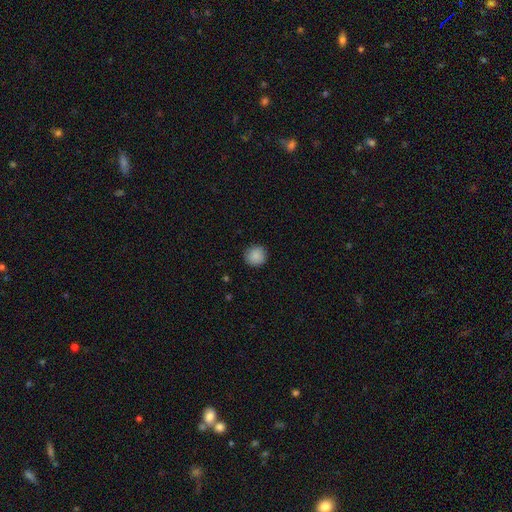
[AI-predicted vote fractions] A smooth galaxy with no disk features (89%) that is round (93%).

Vote fractions:
- Smooth or featured? smooth: 89% / star or artifact: 8% / featured or disk: 3%
- How rounded? round: 93% / in between: 6% / cigar-shaped: 1%
- Merging? none: 89% / minor disturbance: 8% / major disturbance: 2% / merger: 1%